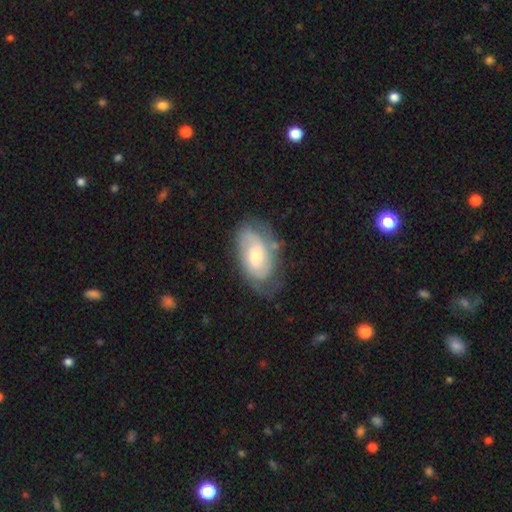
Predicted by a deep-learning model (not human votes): featured or disk 69%, smooth 25%, star or artifact 6%. Down the decision tree: edge-on disk — no (95%); bar — no (65%); spiral arms — yes (86%); spiral arm count — 2 (53%); spiral winding — tight (50%); bulge size — moderate (53%); merging — none (62%).